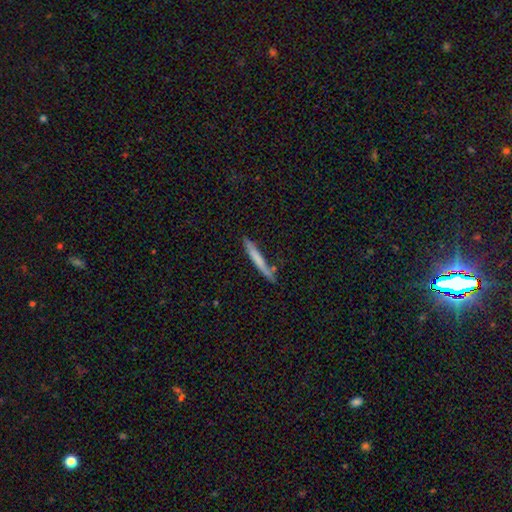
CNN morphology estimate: type=smooth (63%); roundness=cigar-shaped (96%); merging=none (81%).